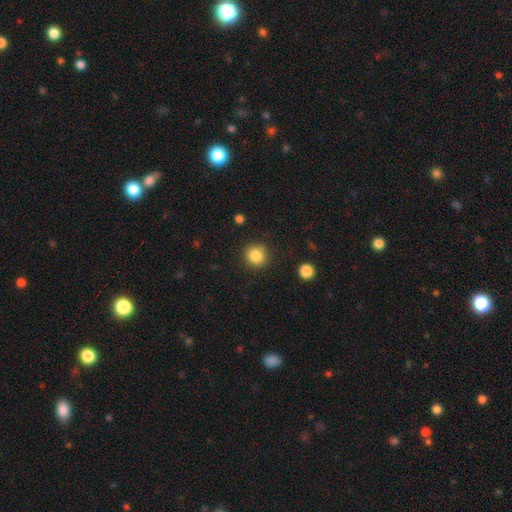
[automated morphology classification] This is clearly a smooth galaxy (85%). How rounded: clearly round (89%). Merging: clearly none (87%).